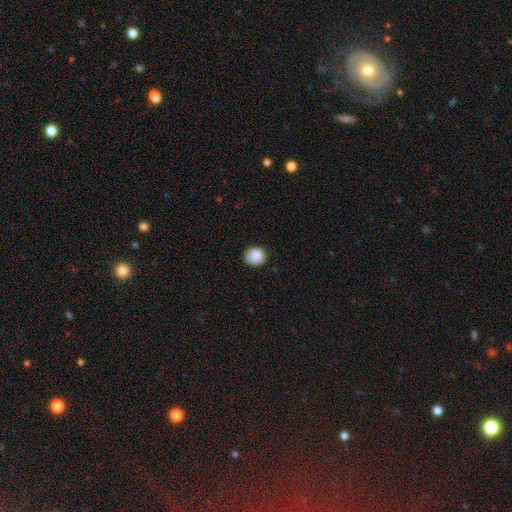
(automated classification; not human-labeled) A smooth galaxy with no disk features (86%) that is round (79%). Merging: none (81%).